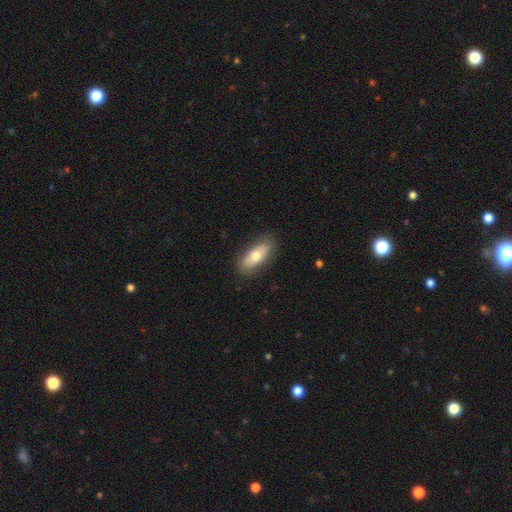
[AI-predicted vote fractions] Overall: smooth (66%; featured or disk 28%). How rounded: in between (80%). Merging: none (84%).